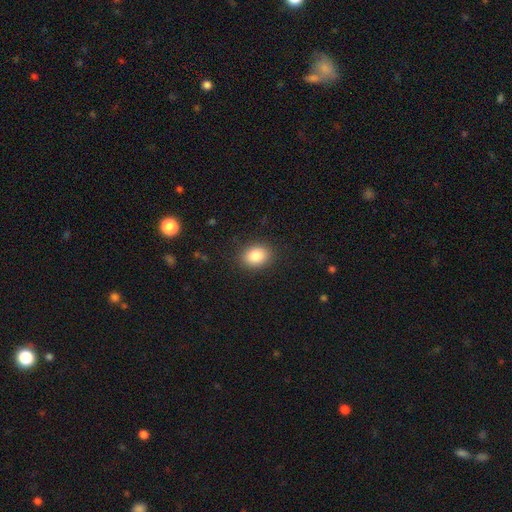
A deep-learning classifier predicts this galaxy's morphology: A smooth galaxy with no disk features (84%) that is in between round and cigar-shaped (58%).

Vote fractions:
- Smooth or featured? smooth: 84% / star or artifact: 9% / featured or disk: 7%
- How rounded? in between: 58% / round: 41% / cigar-shaped: 1%
- Merging? none: 88% / minor disturbance: 8% / major disturbance: 3% / merger: 1%